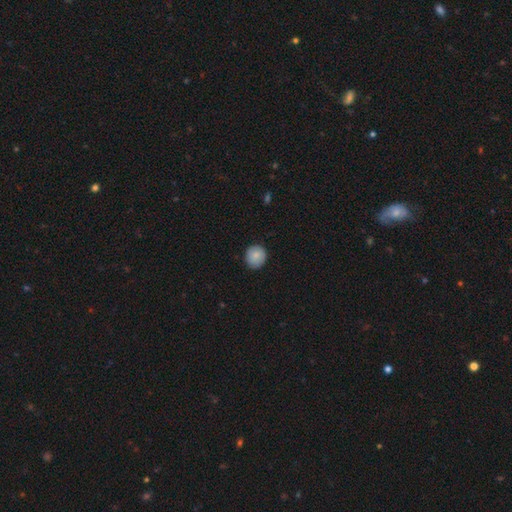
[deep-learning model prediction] Smooth or featured: smooth — 85% (featured or disk — 8%)
How rounded: round — 86% (in between — 13%)
Merging: none — 86% (minor disturbance — 11%)